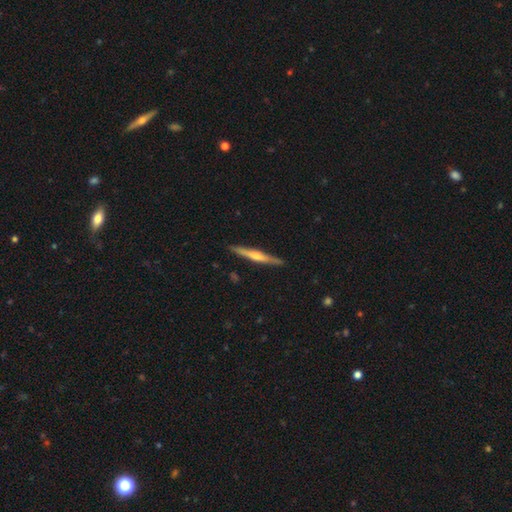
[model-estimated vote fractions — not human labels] A featured or disk galaxy (71%) viewed edge-on (98%) with a rounded central bulge (76%). Merging: none (91%).